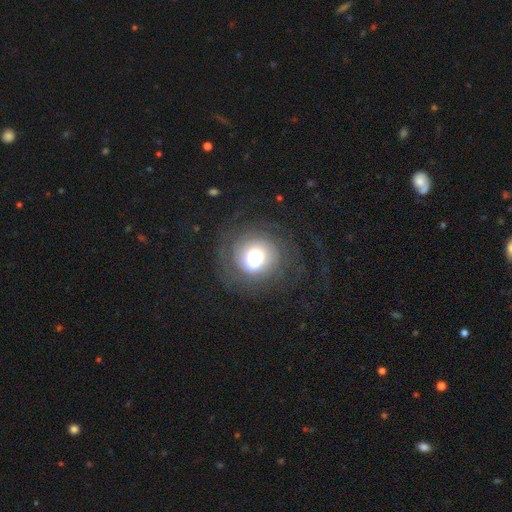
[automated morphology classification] This is possibly a featured or disk galaxy (50%). It is clearly not viewed edge-on (96%). Merging: likely none (68%).